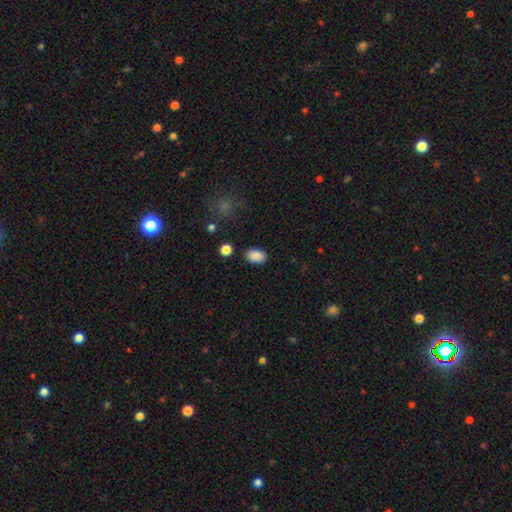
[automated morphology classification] type=smooth (88%); roundness=in between (89%); merging=none (84%).